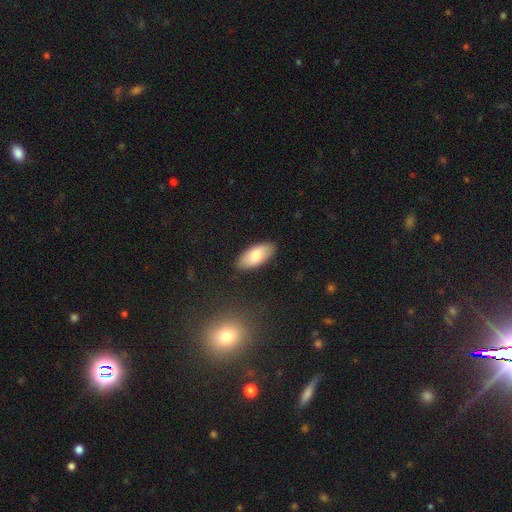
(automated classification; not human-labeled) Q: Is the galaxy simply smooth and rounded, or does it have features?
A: smooth — 81%.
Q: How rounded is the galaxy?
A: in between — 91%.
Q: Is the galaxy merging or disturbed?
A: none — 88%.